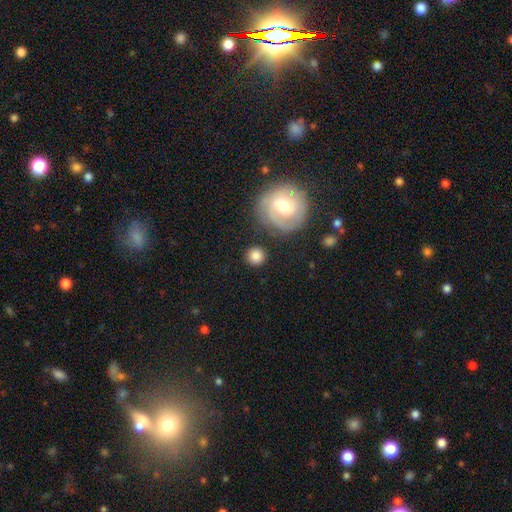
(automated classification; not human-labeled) smooth-or-featured: smooth: 82% | featured or disk: 10% | star or artifact: 7%
  how-rounded: round: 92% | in between: 7% | cigar-shaped: 1%
  merging: none: 83% | minor disturbance: 9% | merger: 5% | major disturbance: 4%